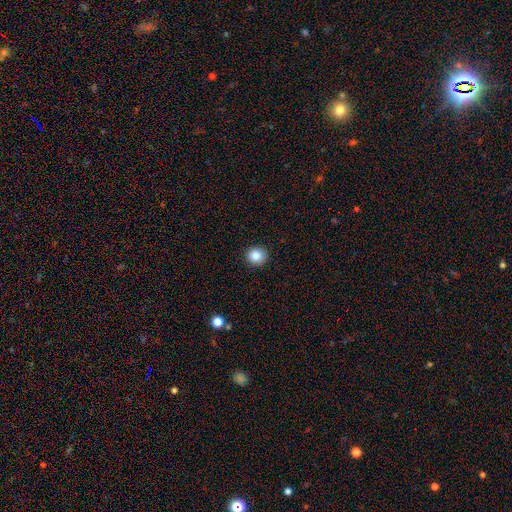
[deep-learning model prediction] This is clearly a smooth galaxy (86%). How rounded: clearly round (91%). Merging: clearly none (92%).